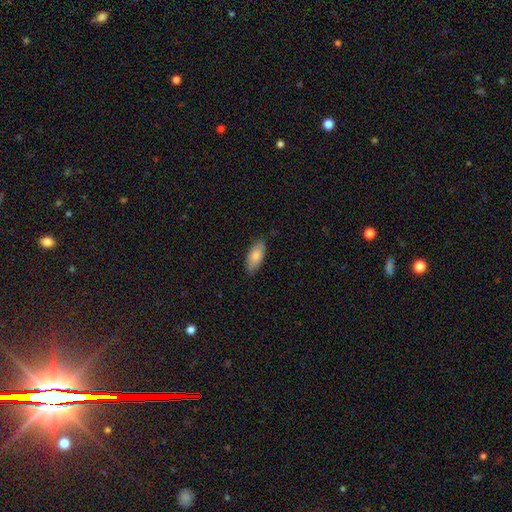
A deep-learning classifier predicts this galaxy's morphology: smooth_or_featured: smooth (p=0.82) [alt: featured or disk p=0.13]
how_rounded: in between (p=0.87) [alt: cigar-shaped p=0.11]
merging: none (p=0.83) [alt: minor disturbance p=0.14]